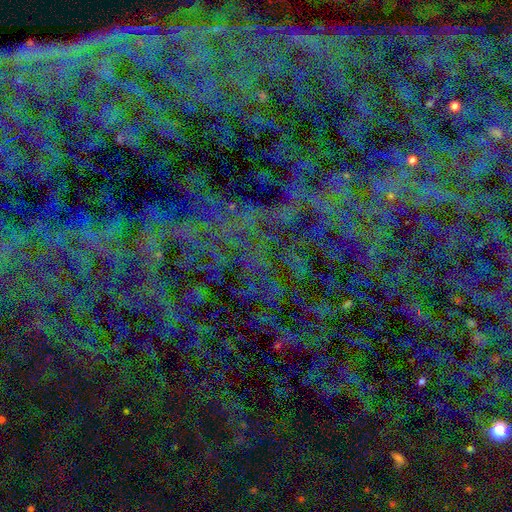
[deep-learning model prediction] Smooth or featured: star or artifact — 79% (smooth — 12%)